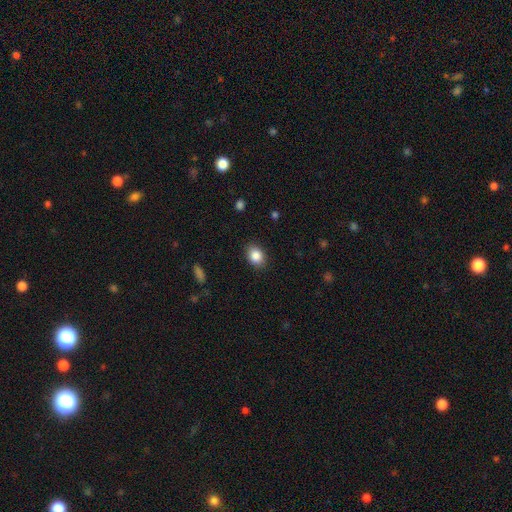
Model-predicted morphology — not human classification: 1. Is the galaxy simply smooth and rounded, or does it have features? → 86% smooth, 9% star or artifact, 5% featured or disk.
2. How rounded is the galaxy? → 63% in between, 36% round, 1% cigar-shaped.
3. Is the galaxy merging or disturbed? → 86% none, 10% minor disturbance, 3% major disturbance, 1% merger.